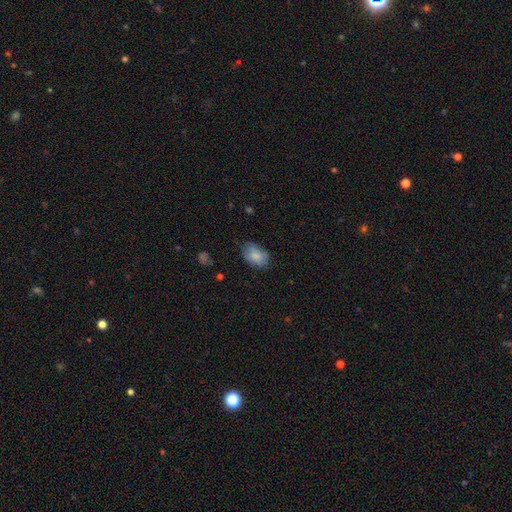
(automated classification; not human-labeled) Smooth or featured: smooth — 83% (featured or disk — 10%)
How rounded: in between — 86% (round — 13%)
Merging: none — 66% (minor disturbance — 26%)